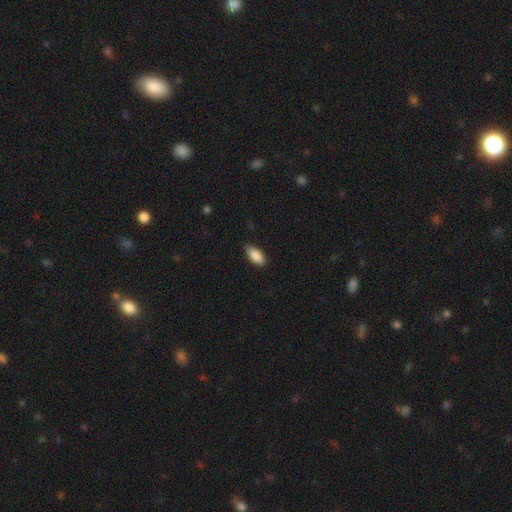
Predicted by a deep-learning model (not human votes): smooth 89%, star or artifact 6%, featured or disk 5%. Down the decision tree: how rounded — in between (88%); merging — none (83%).